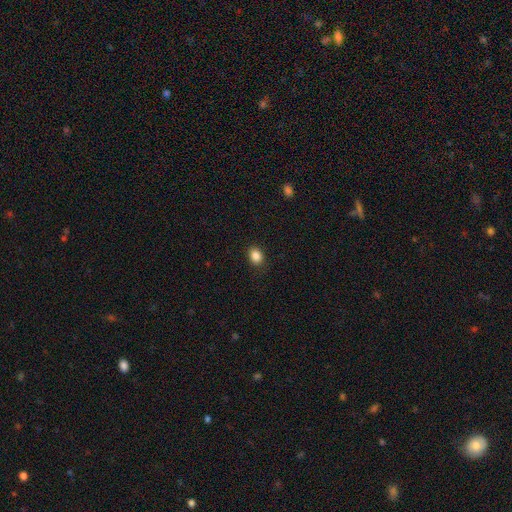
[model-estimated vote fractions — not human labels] Morphology: type=smooth (86%); roundness=in between (59%); merging=none (87%).